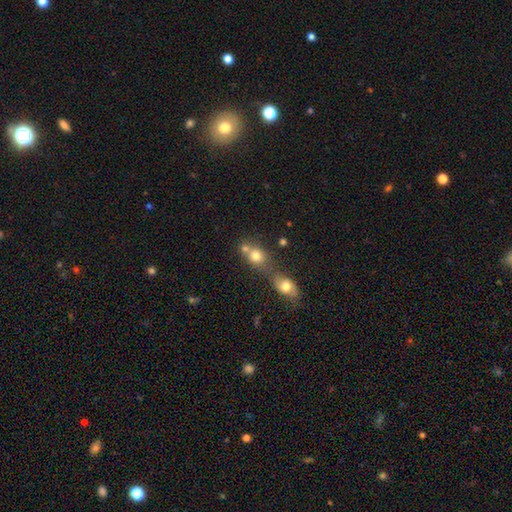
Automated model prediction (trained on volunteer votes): A smooth galaxy with no disk features (75%) that is round (67%).

Vote fractions:
- Smooth or featured? smooth: 75% / featured or disk: 13% / star or artifact: 12%
- How rounded? round: 67% / in between: 31% / cigar-shaped: 2%
- Merging? merger: 51% / none: 37% / minor disturbance: 8% / major disturbance: 4%